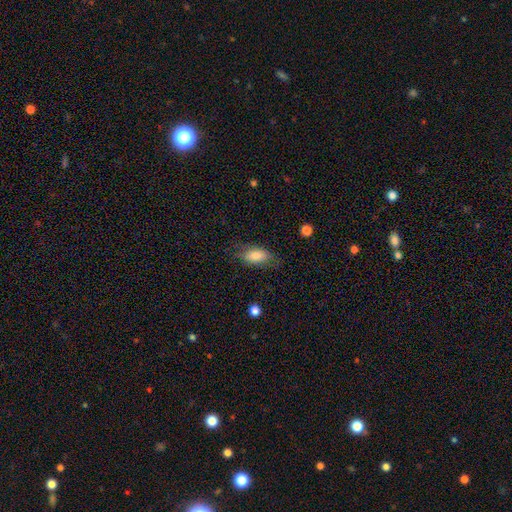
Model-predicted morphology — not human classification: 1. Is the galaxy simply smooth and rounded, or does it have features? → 78% smooth, 15% featured or disk, 7% star or artifact.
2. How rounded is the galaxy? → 88% in between, 8% cigar-shaped, 4% round.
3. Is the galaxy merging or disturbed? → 70% none, 21% minor disturbance, 7% major disturbance, 1% merger.